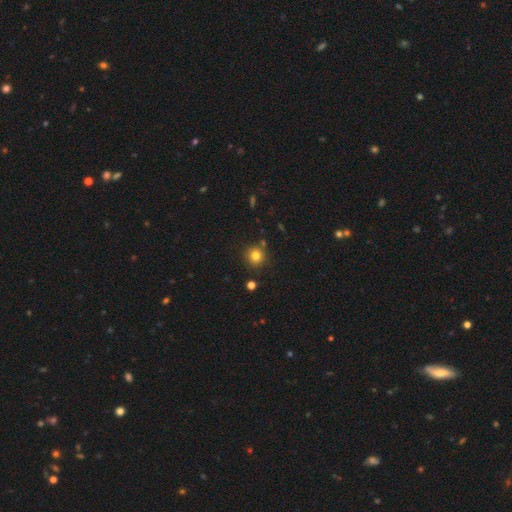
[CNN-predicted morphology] smooth-or-featured: smooth: 80% | star or artifact: 13% | featured or disk: 7%
  how-rounded: round: 92% | in between: 7% | cigar-shaped: 1%
  merging: none: 85% | minor disturbance: 8% | merger: 5% | major disturbance: 2%